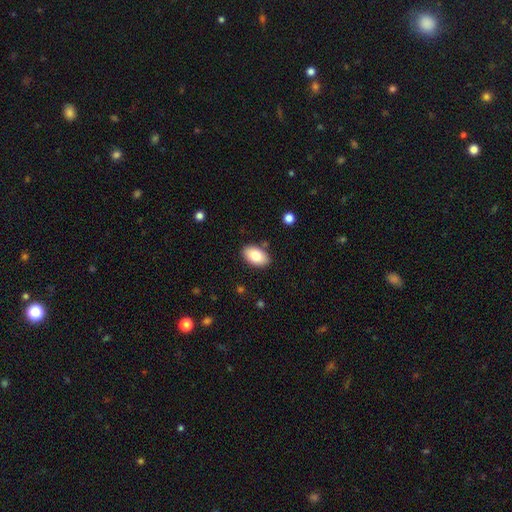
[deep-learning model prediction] Q: Smooth or featured?
A: smooth (81%); runner-up: featured or disk (12%)
Q: How rounded?
A: in between (93%); runner-up: round (6%)
Q: Merging?
A: none (85%); runner-up: minor disturbance (10%)